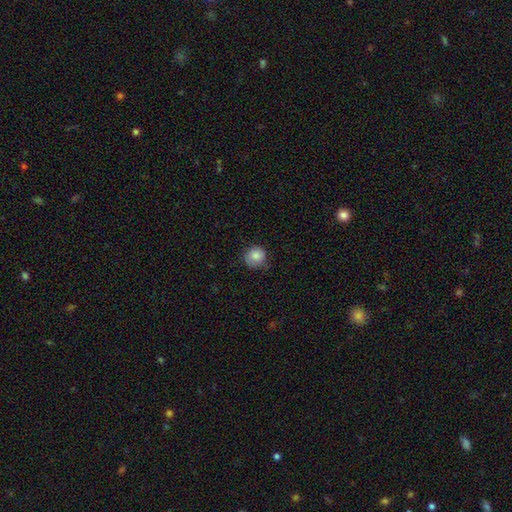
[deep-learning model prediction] This is clearly a smooth galaxy (84%). How rounded: clearly round (89%). Merging: likely none (67%).